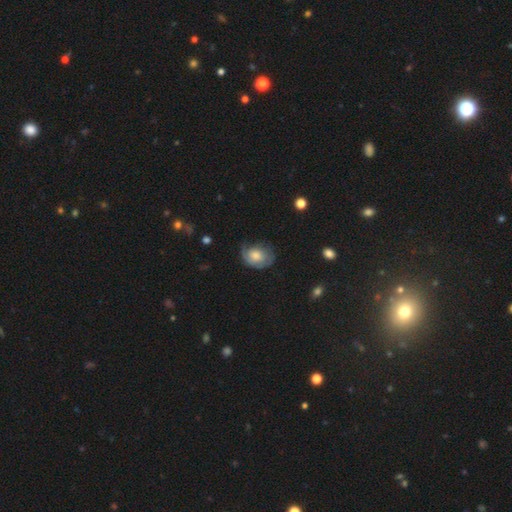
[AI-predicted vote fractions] Morphology: type=featured or disk (51%); edge-on=no (96%); merging=none (60%).